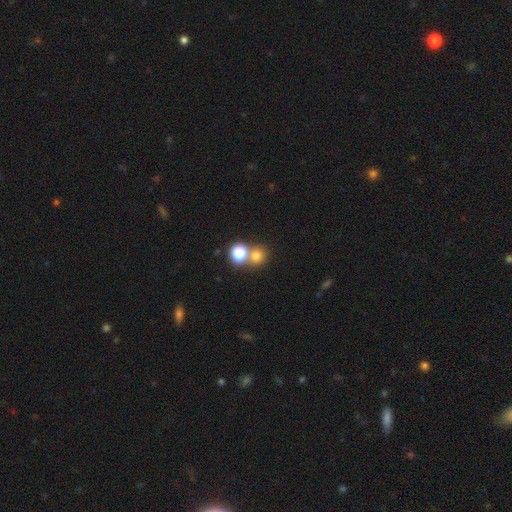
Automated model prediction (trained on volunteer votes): Smooth or featured? Predicted: smooth (p=0.73). How rounded? Predicted: round (p=0.84). Merging? Predicted: none (p=0.52).